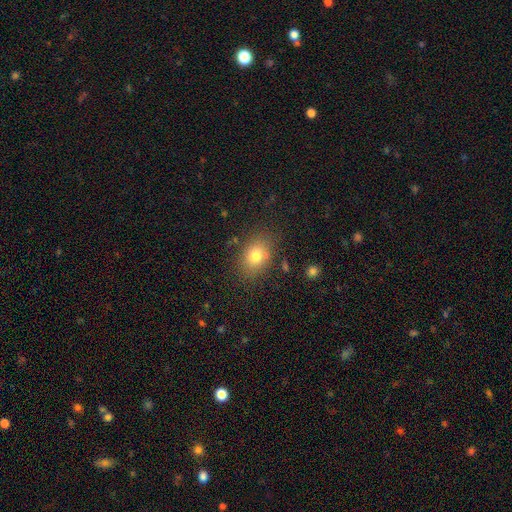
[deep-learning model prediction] smooth-or-featured: smooth: 77% | star or artifact: 12% | featured or disk: 11%
  how-rounded: in between: 66% | round: 32% | cigar-shaped: 1%
  merging: none: 81% | minor disturbance: 13% | major disturbance: 4% | merger: 2%